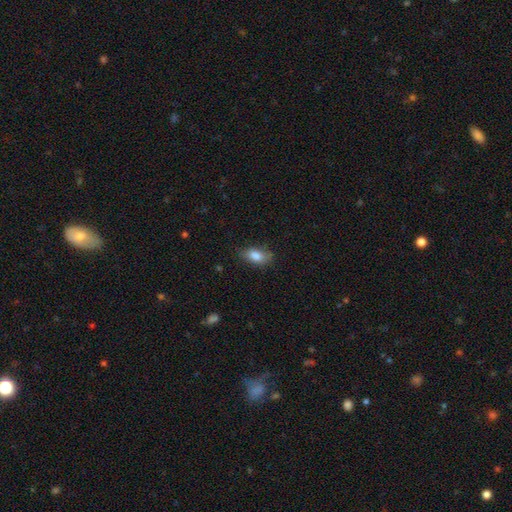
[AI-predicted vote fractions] Smooth or featured? smooth (84%)
How rounded? in between (87%)
Merging? none (76%)